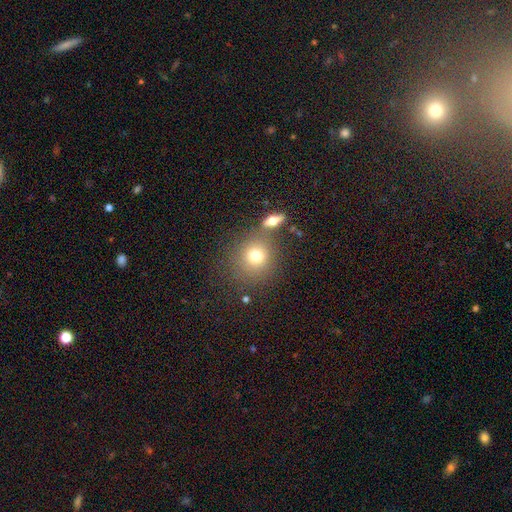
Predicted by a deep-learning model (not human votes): Q: Smooth or featured?
A: smooth (75%); runner-up: featured or disk (13%)
Q: How rounded?
A: round (84%); runner-up: in between (15%)
Q: Merging?
A: none (68%); runner-up: merger (17%)